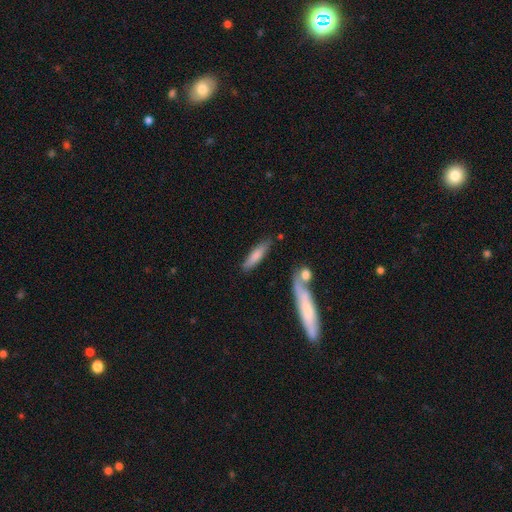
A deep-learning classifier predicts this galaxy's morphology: This is likely a smooth galaxy (73%). How rounded: likely cigar-shaped (73%). Merging: likely none (72%).